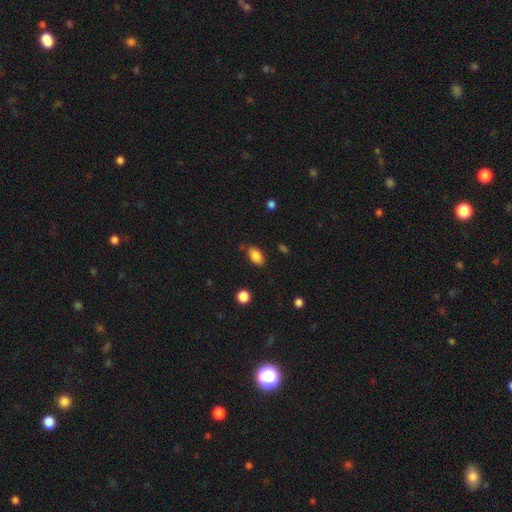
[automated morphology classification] A smooth galaxy with no disk features (86%) that is in between round and cigar-shaped (91%). Merging: none (78%).